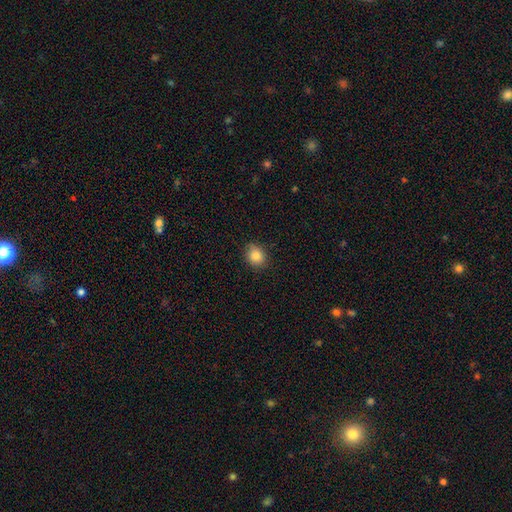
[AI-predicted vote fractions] Overall: smooth (85%). How rounded: round (58%; in between 41%). Merging: none (83%).